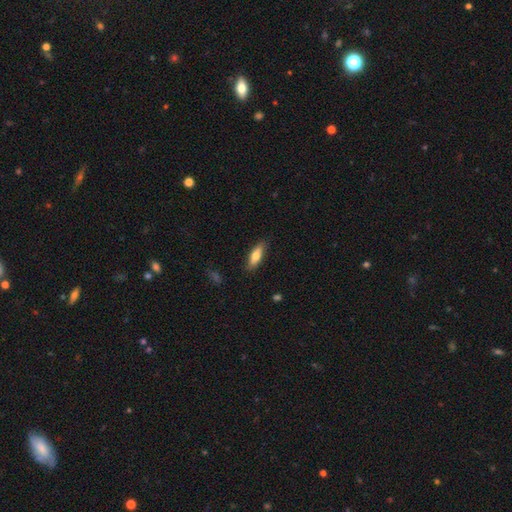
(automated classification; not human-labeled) This appears to be a smooth galaxy with no disk features (69%) that is in between round and cigar-shaped (50%). Merging: none (84%).